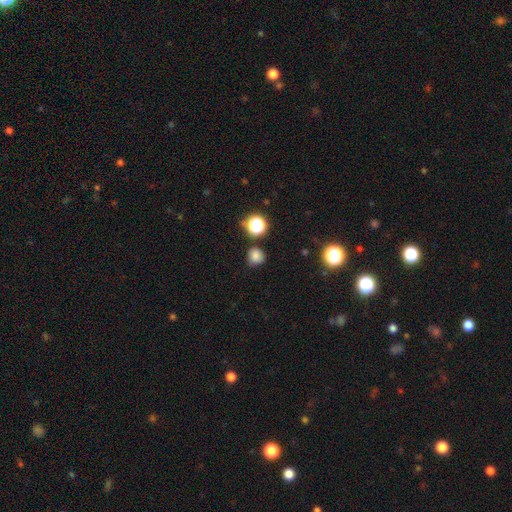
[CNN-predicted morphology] Overall: smooth (77%). How rounded: round (86%). Merging: none (80%).